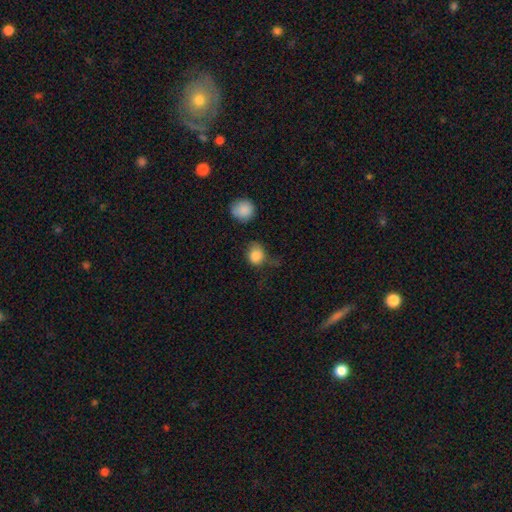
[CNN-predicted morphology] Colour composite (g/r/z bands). It shows a smooth galaxy with no disk features (84%) that is round (73%). Merging: none (49%).